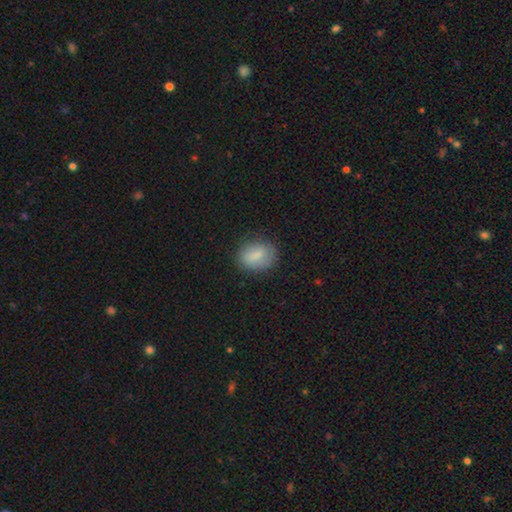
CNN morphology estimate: A smooth galaxy with no disk features (79%) that is in between round and cigar-shaped (59%). Merging: none (76%).